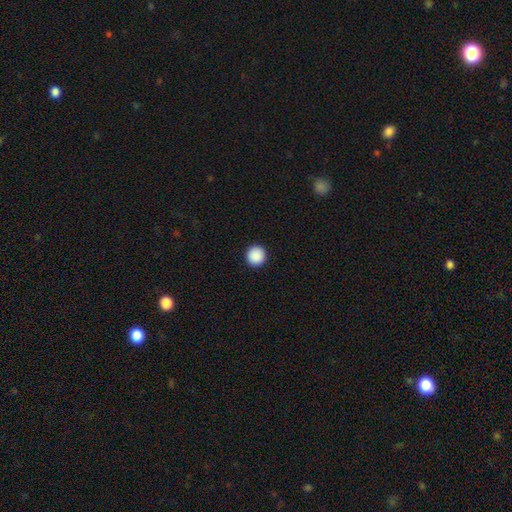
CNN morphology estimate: type=smooth (90%); roundness=round (96%); merging=none (94%).